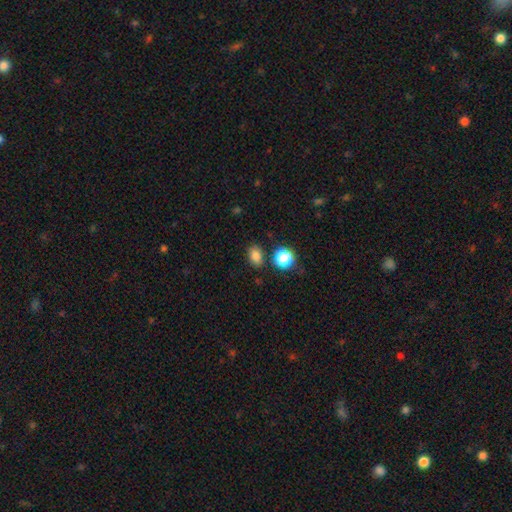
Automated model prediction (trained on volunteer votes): The model was most divided on "how rounded": in between: 68%, round: 30%, cigar-shaped: 1%. More confident: merging — none (82%); smooth or featured — smooth (81%).